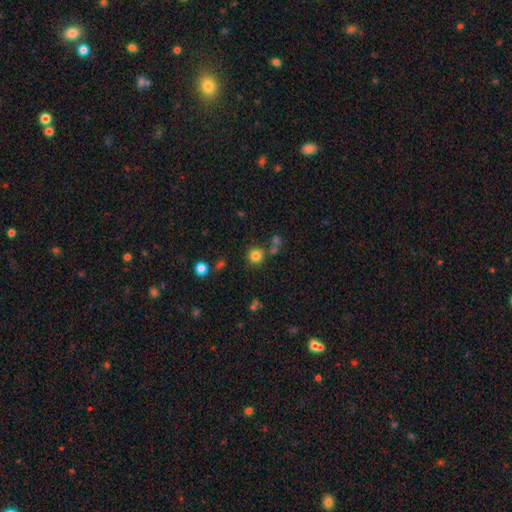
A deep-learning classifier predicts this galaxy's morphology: This appears to be a smooth galaxy with no disk features (80%) that is round (93%). Merging: none (78%).